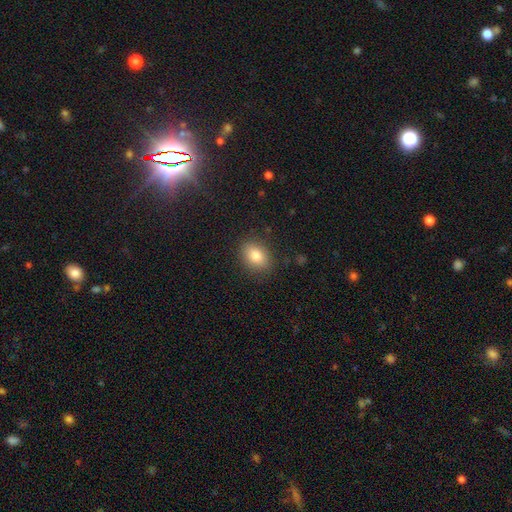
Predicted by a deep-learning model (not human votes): Q: Smooth or featured?
A: smooth (82%); runner-up: star or artifact (9%)
Q: How rounded?
A: in between (70%); runner-up: round (29%)
Q: Merging?
A: none (86%); runner-up: minor disturbance (10%)